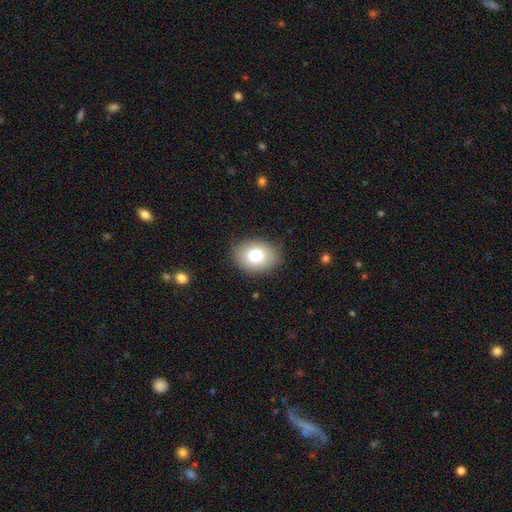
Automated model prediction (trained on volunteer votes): The model was most divided on "how rounded": in between: 71%, round: 28%, cigar-shaped: 1%. More confident: merging — none (85%); smooth or featured — smooth (81%).